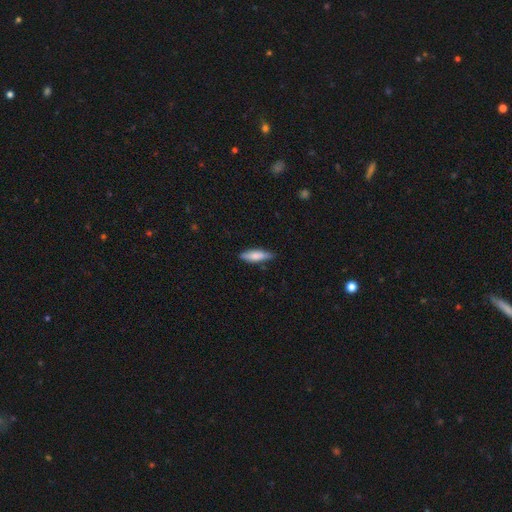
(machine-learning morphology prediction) Smooth or featured?
  - smooth: 76% *
  - featured or disk: 18%
  - star or artifact: 6%
How rounded?
  - cigar-shaped: 58% *
  - in between: 41%
  - round: 2%
Merging?
  - none: 81% *
  - minor disturbance: 15%
  - major disturbance: 2%
  - merger: 1%